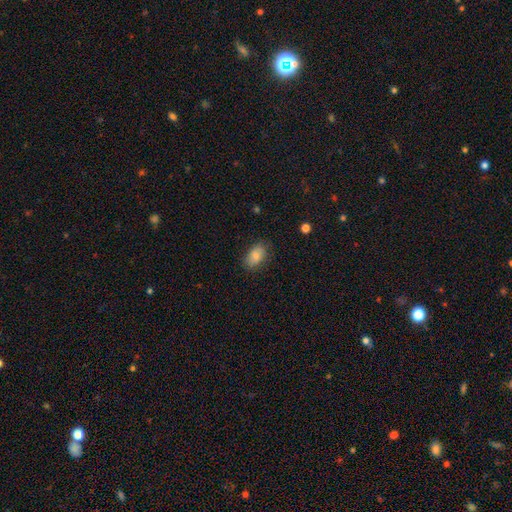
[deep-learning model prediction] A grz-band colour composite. It shows a smooth galaxy with no disk features (84%) that is in between round and cigar-shaped (89%). Merging: none (79%).